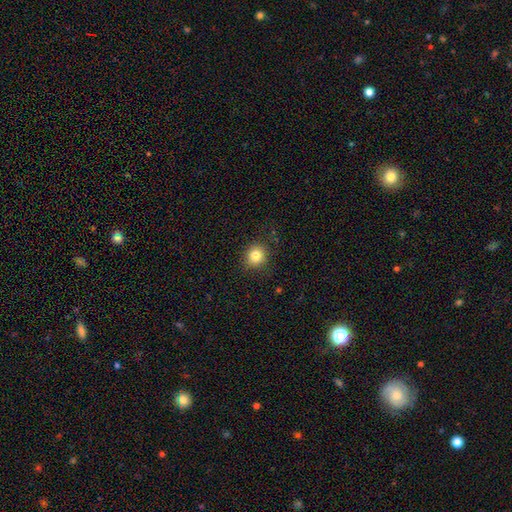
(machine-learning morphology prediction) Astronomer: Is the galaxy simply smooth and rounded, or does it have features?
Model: smooth — 82%.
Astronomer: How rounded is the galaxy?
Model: round — 88%.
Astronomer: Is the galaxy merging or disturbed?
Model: none — 88%.